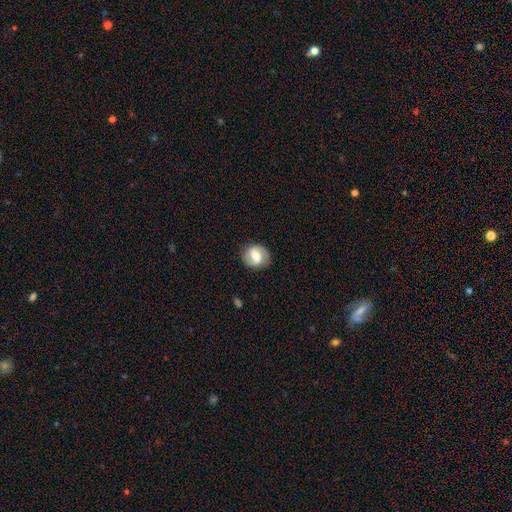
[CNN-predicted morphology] A featured or disk galaxy (65%) with a weak bar (43%), 2 (86%) medium (46%) spiral arms (81%) and a moderate central bulge (61%).

Vote fractions:
- Smooth or featured? featured or disk: 65% / smooth: 29% / star or artifact: 6%
- Edge-on disk? no: 97% / yes: 3%
- Bar? weak: 43% / strong: 40% / no: 17%
- Spiral arms? yes: 81% / no: 19%
- Spiral winding? medium: 46% / tight: 31% / loose: 23%
- Spiral arm count? 2: 86% / can't tell: 6% / 1: 5% / 3: 1% / 4: 1% / more than 4: 1%
- Bulge size? moderate: 61% / large: 20% / small: 15% / dominant: 2% / none: 2%
- Merging? none: 83% / minor disturbance: 12% / major disturbance: 4% / merger: 1%